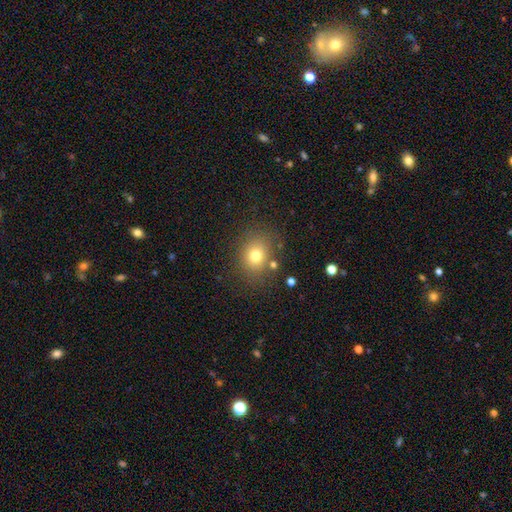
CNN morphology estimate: Smooth or featured? Predicted: smooth (p=0.74). How rounded? Predicted: round (p=0.65). Merging? Predicted: none (p=0.77).